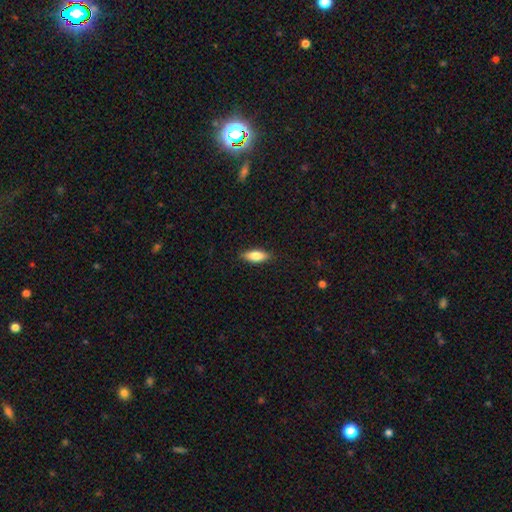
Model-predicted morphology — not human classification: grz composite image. It shows a smooth galaxy with no disk features (81%) that is in between round and cigar-shaped (71%). Merging: none (87%).